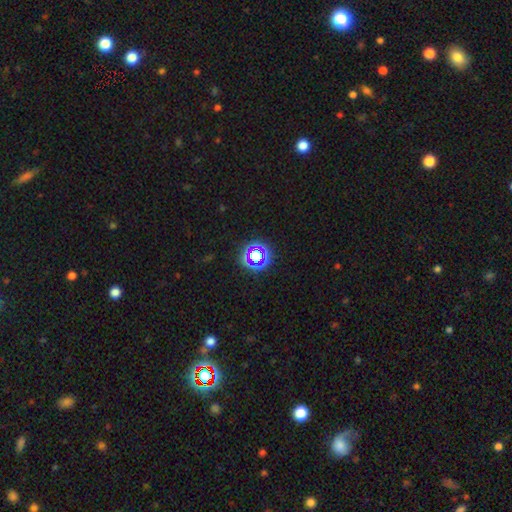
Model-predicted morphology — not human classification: This is likely a star or artifact rather than a galaxy (64%).